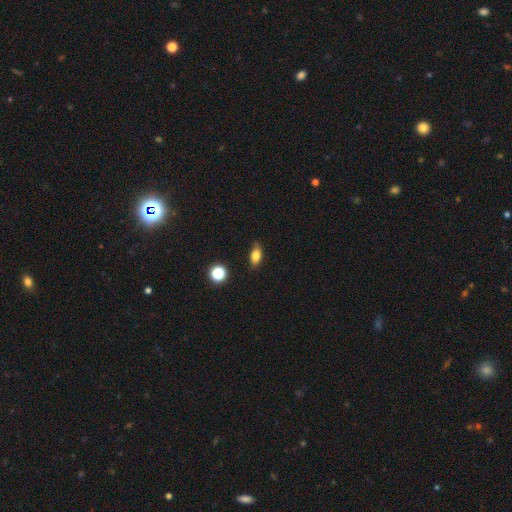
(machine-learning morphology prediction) A smooth galaxy with no disk features (78%) that is in between round and cigar-shaped (80%).

Vote fractions:
- Smooth or featured? smooth: 78% / featured or disk: 12% / star or artifact: 10%
- How rounded? in between: 80% / round: 11% / cigar-shaped: 9%
- Merging? none: 78% / minor disturbance: 17% / major disturbance: 3% / merger: 2%